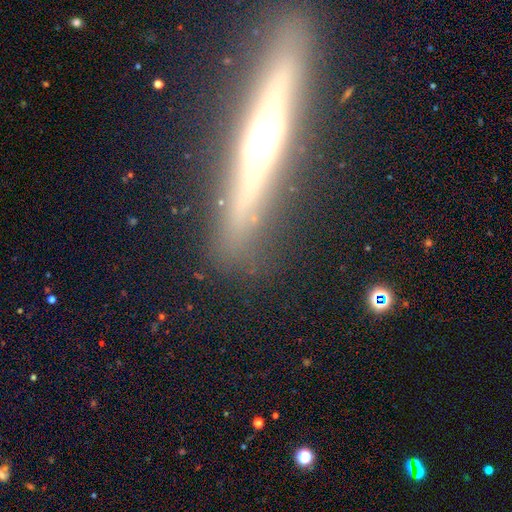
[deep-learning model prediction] The model was most divided on "smooth or featured": featured or disk: 71%, smooth: 18%, star or artifact: 11%. More confident: edge-on disk — yes (91%); merging — none (84%); edge-on bulge — rounded (80%).